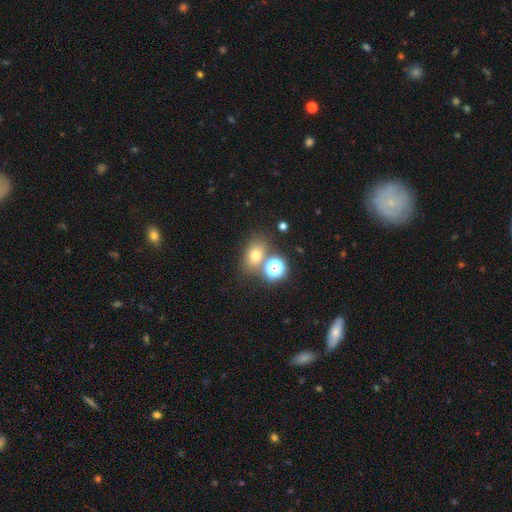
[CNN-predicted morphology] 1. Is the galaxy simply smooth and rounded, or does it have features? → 68% smooth, 19% star or artifact, 13% featured or disk.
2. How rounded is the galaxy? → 62% in between, 37% round, 2% cigar-shaped.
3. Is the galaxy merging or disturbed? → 65% none, 18% merger, 12% minor disturbance, 5% major disturbance.